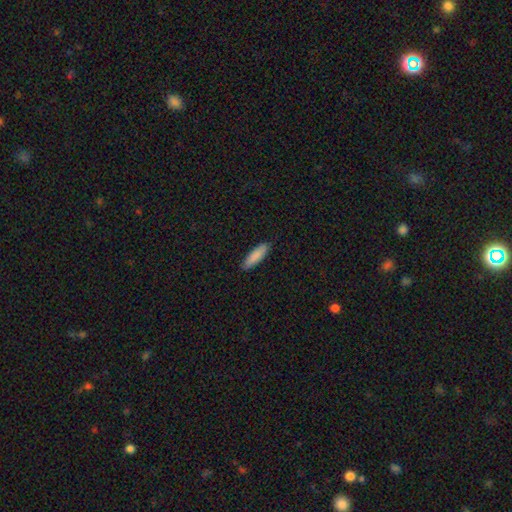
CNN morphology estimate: smooth_or_featured: smooth (p=0.88) [alt: featured or disk p=0.07]
how_rounded: cigar-shaped (p=0.60) [alt: in between p=0.38]
merging: none (p=0.89) [alt: minor disturbance p=0.09]